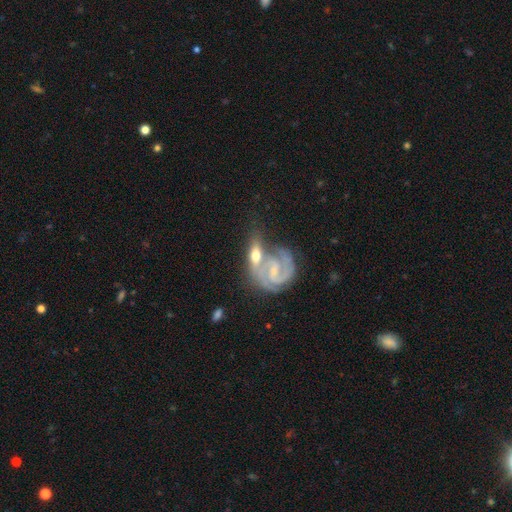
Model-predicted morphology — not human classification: A featured or disk galaxy (73%) with no bar (44%), 2 (67%) tight (53%) spiral arms (90%) and a small central bulge (58%).

Vote fractions:
- Smooth or featured? featured or disk: 73% / smooth: 21% / star or artifact: 7%
- Edge-on disk? no: 90% / yes: 10%
- Bar? no: 44% / weak: 40% / strong: 16%
- Spiral arms? yes: 90% / no: 10%
- Spiral winding? tight: 53% / medium: 37% / loose: 10%
- Spiral arm count? 2: 67% / can't tell: 13% / 3: 12% / 1: 4% / 4: 2% / more than 4: 2%
- Bulge size? small: 58% / moderate: 31% / none: 6% / large: 4% / dominant: 2%
- Merging? none: 40% / merger: 39% / minor disturbance: 15% / major disturbance: 7%